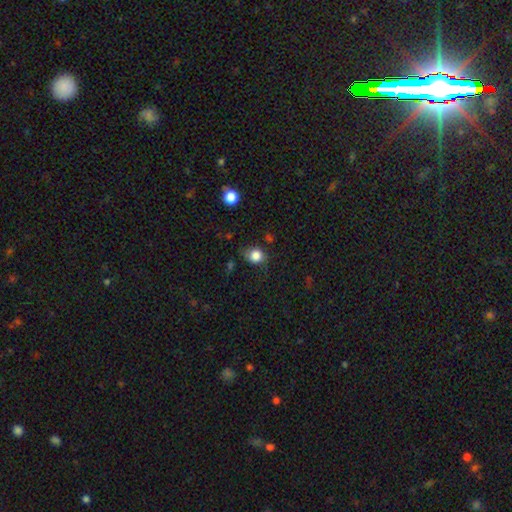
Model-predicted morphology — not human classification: Smooth or featured?
  - smooth: 82% *
  - star or artifact: 10%
  - featured or disk: 7%
How rounded?
  - round: 72% *
  - in between: 27%
  - cigar-shaped: 1%
Merging?
  - none: 63% *
  - minor disturbance: 26%
  - major disturbance: 9%
  - merger: 2%